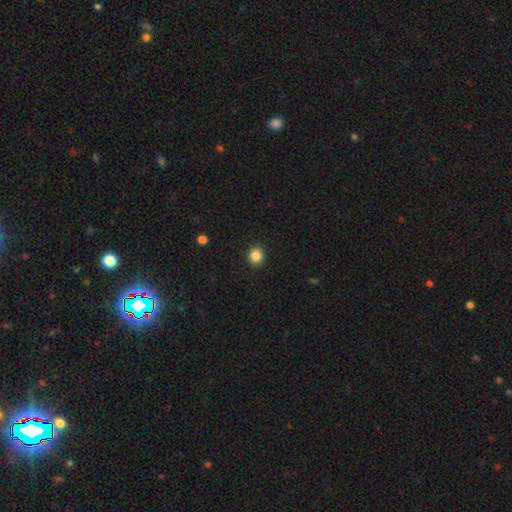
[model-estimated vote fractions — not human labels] Overall: smooth (85%). How rounded: round (87%). Merging: none (93%).